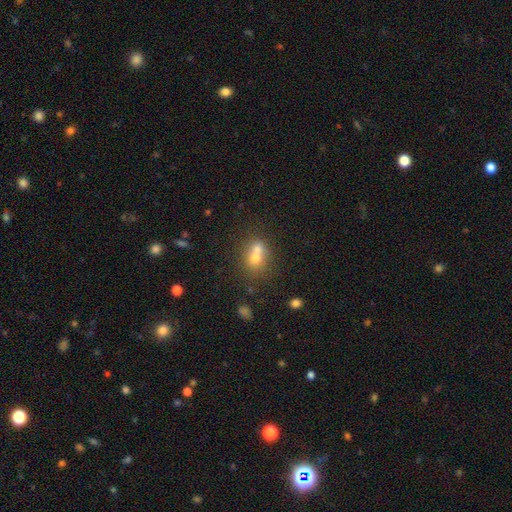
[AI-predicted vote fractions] Morphology: type=smooth (63%); roundness=round (64%); merging=merger (61%).